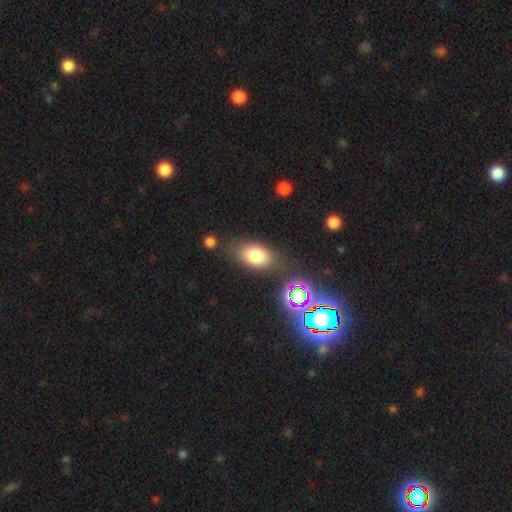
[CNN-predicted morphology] Overall: smooth (77%). How rounded: in between (86%). Merging: none (74%).